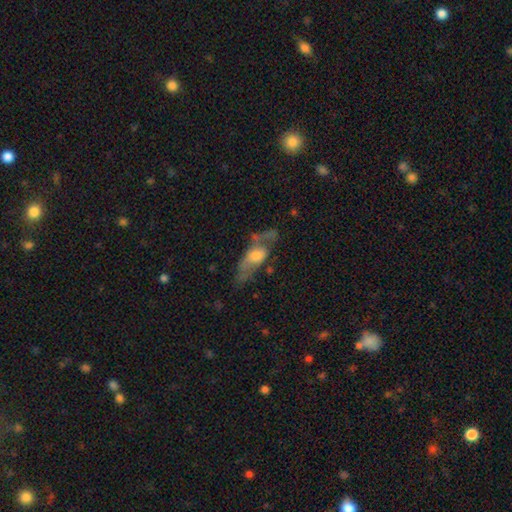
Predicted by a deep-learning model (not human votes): Smooth or featured?
  - featured or disk: 50% *
  - smooth: 42%
  - star or artifact: 8%
Merging?
  - none: 43% *
  - major disturbance: 26%
  - minor disturbance: 25%
  - merger: 7%